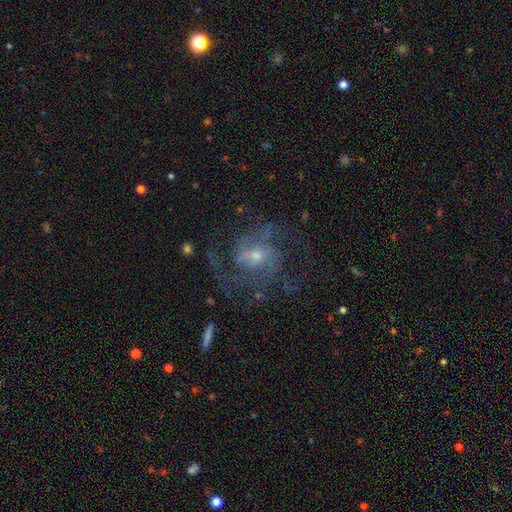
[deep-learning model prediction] A featured or disk galaxy (78%) with no bar (66%), 2 (38%) medium (49%) spiral arms (88%) and a small central bulge (49%).

Vote fractions:
- Smooth or featured? featured or disk: 78% / smooth: 13% / star or artifact: 9%
- Edge-on disk? no: 97% / yes: 3%
- Bar? no: 66% / weak: 28% / strong: 5%
- Spiral arms? yes: 88% / no: 12%
- Spiral winding? medium: 49% / loose: 28% / tight: 23%
- Spiral arm count? 2: 38% / can't tell: 24% / 3: 20% / 1: 7% / 4: 6% / more than 4: 5%
- Bulge size? small: 49% / moderate: 44% / large: 4% / none: 2% / dominant: 1%
- Merging? none: 57% / major disturbance: 25% / minor disturbance: 16% / merger: 2%